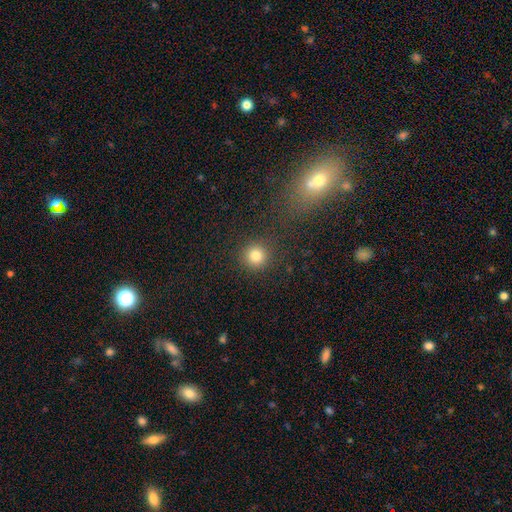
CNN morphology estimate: Overall: smooth (82%). How rounded: round (94%). Merging: none (88%).